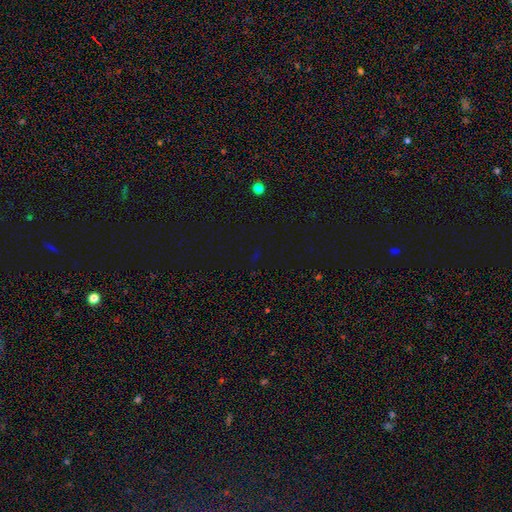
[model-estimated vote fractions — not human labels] A star or artifact, not a galaxy (73%).